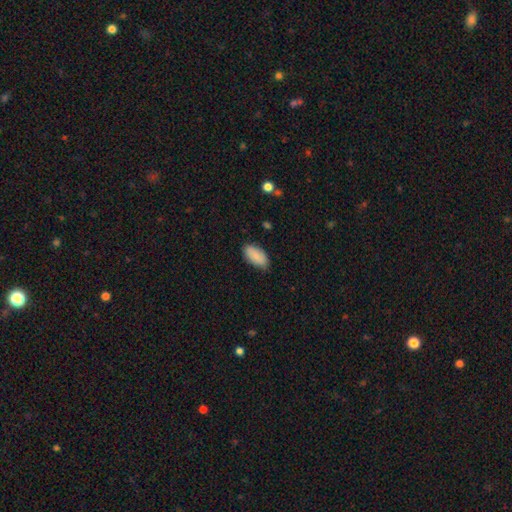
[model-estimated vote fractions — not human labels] This appears to be a smooth galaxy with no disk features (86%) that is in between round and cigar-shaped (94%). Merging: none (81%).